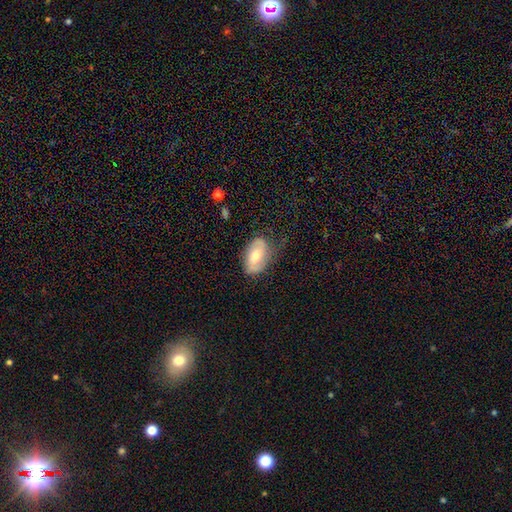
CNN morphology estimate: Overall: smooth (49%; featured or disk 45%). Merging: none (62%; minor disturbance 27%).